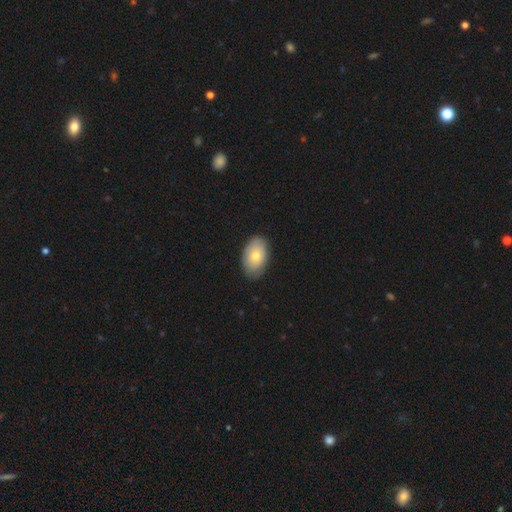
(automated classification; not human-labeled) Smooth or featured?
  - smooth: 73% *
  - featured or disk: 20%
  - star or artifact: 6%
How rounded?
  - in between: 90% *
  - round: 9%
  - cigar-shaped: 1%
Merging?
  - none: 82% *
  - minor disturbance: 15%
  - major disturbance: 3%
  - merger: 1%